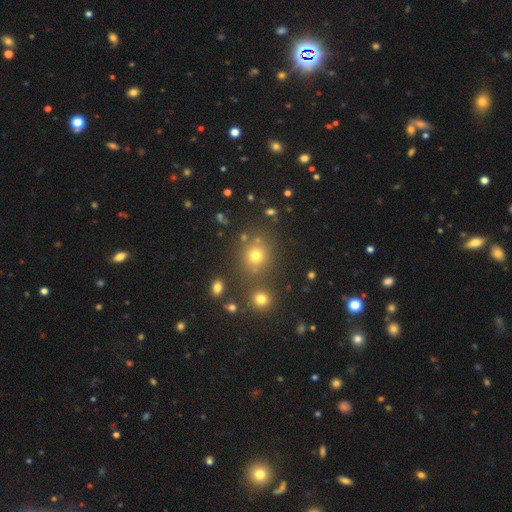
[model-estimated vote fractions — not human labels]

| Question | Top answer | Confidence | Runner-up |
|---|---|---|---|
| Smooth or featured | smooth | 70% | star or artifact (21%) |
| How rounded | round | 85% | in between (14%) |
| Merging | none | 75% | merger (12%) |